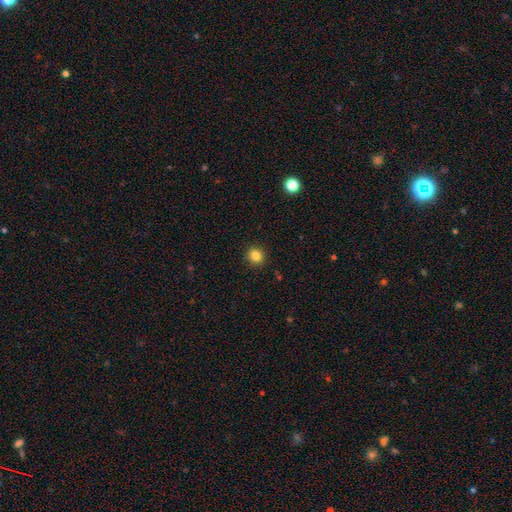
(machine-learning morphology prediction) Q: Smooth or featured?
A: smooth (84%); runner-up: star or artifact (12%)
Q: How rounded?
A: round (89%); runner-up: in between (10%)
Q: Merging?
A: none (92%); runner-up: minor disturbance (5%)